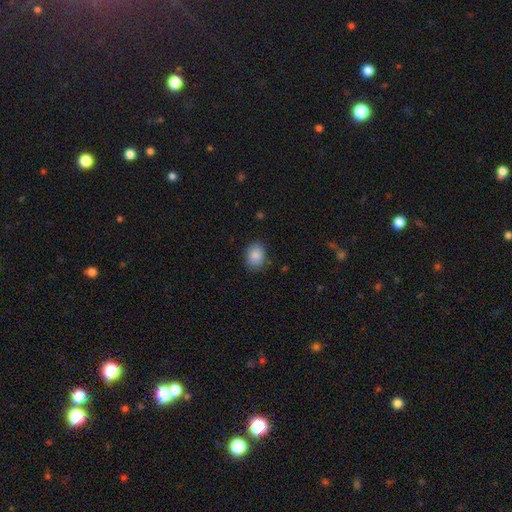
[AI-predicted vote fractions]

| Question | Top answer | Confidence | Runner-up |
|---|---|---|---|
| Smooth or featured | smooth | 88% | star or artifact (8%) |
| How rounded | in between | 57% | round (42%) |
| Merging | none | 81% | minor disturbance (14%) |